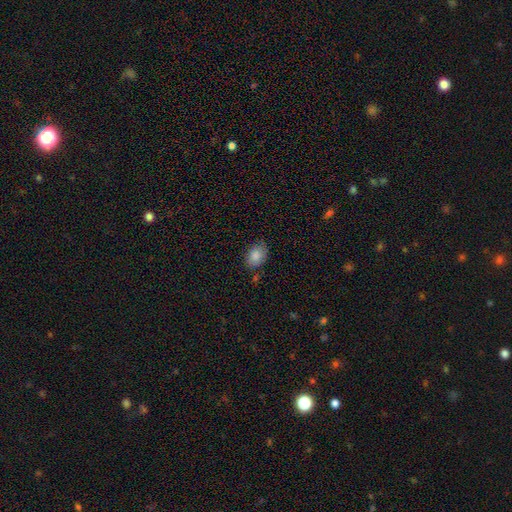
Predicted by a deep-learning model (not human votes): This is clearly a smooth galaxy (85%). How rounded: likely in between (80%). Merging: likely none (76%).